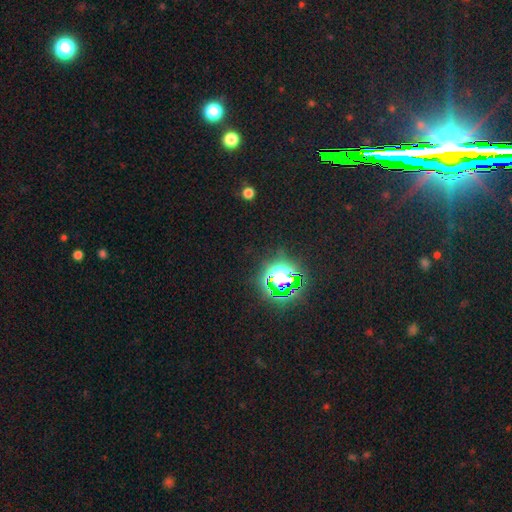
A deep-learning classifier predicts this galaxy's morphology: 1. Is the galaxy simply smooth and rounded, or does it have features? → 80% star or artifact, 13% smooth, 8% featured or disk.